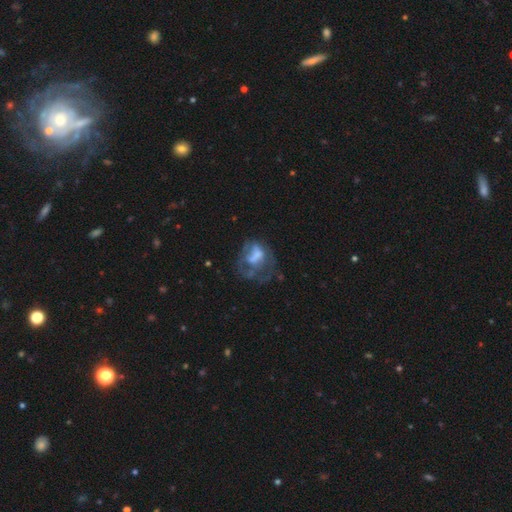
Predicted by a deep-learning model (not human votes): A featured or disk galaxy (52%) with no bar (69%), no spiral arms (78%) and no central bulge (40%). Merging: major disturbance (44%).